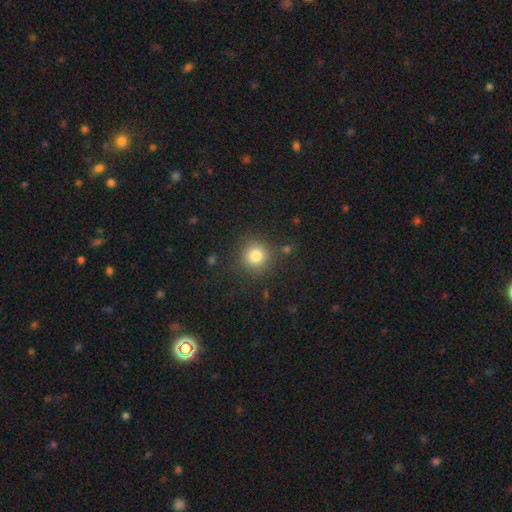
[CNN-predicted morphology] A smooth galaxy with no disk features (81%) that is round (93%).

Vote fractions:
- Smooth or featured? smooth: 81% / star or artifact: 12% / featured or disk: 7%
- How rounded? round: 93% / in between: 6% / cigar-shaped: 1%
- Merging? none: 85% / minor disturbance: 9% / major disturbance: 4% / merger: 3%